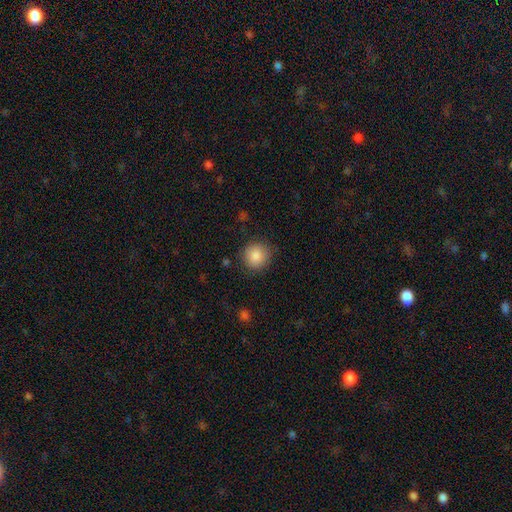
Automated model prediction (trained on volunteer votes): Smooth or featured: smooth — 86% (star or artifact — 9%)
How rounded: round — 92% (in between — 7%)
Merging: none — 86% (minor disturbance — 9%)